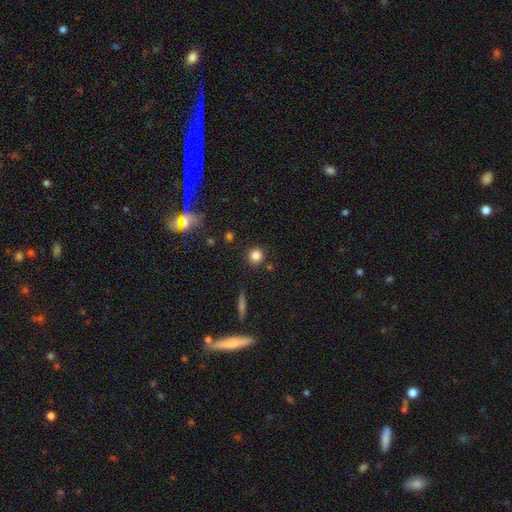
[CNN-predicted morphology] Smooth or featured?
  - smooth: 82% *
  - star or artifact: 13%
  - featured or disk: 6%
How rounded?
  - round: 92% *
  - in between: 7%
  - cigar-shaped: 1%
Merging?
  - none: 87% *
  - minor disturbance: 7%
  - merger: 4%
  - major disturbance: 2%